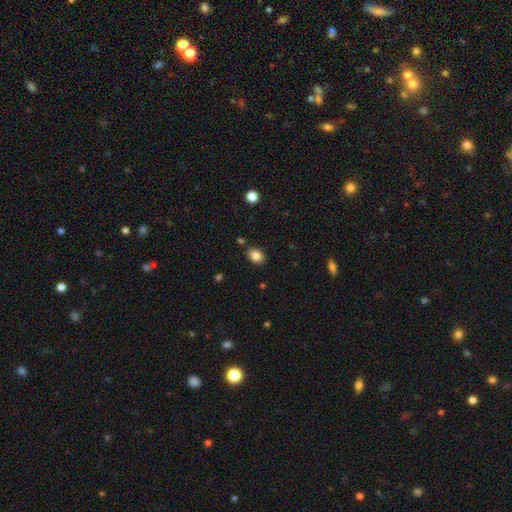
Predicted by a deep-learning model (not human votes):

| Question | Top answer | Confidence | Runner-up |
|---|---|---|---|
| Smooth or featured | smooth | 85% | star or artifact (10%) |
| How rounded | in between | 71% | round (28%) |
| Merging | none | 84% | minor disturbance (10%) |